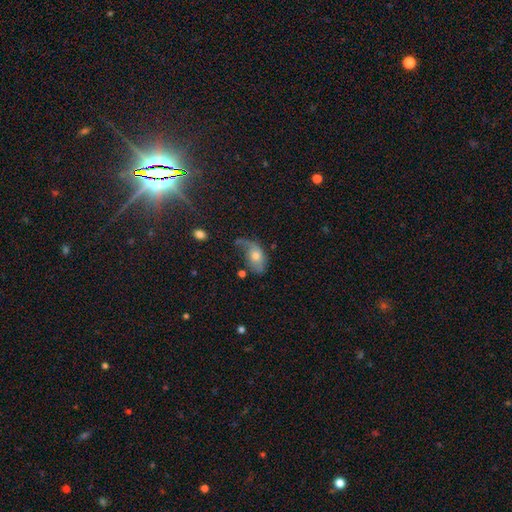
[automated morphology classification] Smooth or featured? Predicted: featured or disk (p=0.46). Merging? Predicted: none (p=0.35).